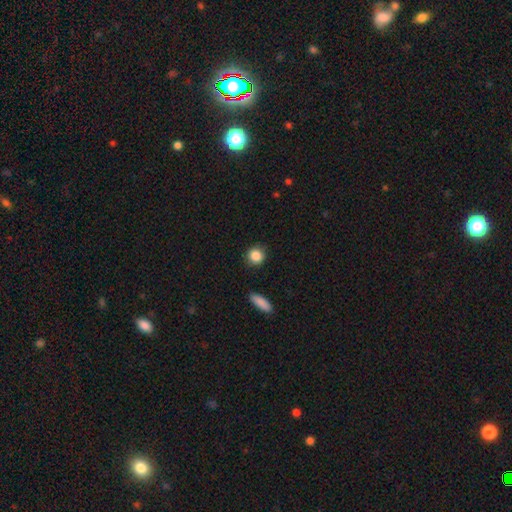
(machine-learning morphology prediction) A smooth galaxy with no disk features (87%) that is round (87%).

Vote fractions:
- Smooth or featured? smooth: 87% / star or artifact: 9% / featured or disk: 4%
- How rounded? round: 87% / in between: 11% / cigar-shaped: 2%
- Merging? none: 87% / minor disturbance: 9% / major disturbance: 2% / merger: 2%